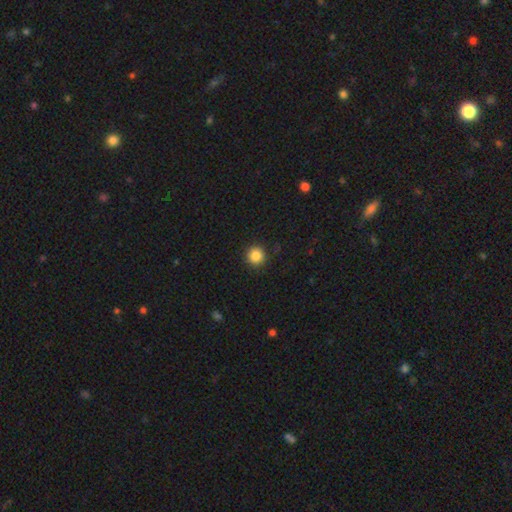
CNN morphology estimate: The model was most divided on "smooth or featured": smooth: 86%, star or artifact: 10%, featured or disk: 4%. More confident: how rounded — round (95%); merging — none (91%).